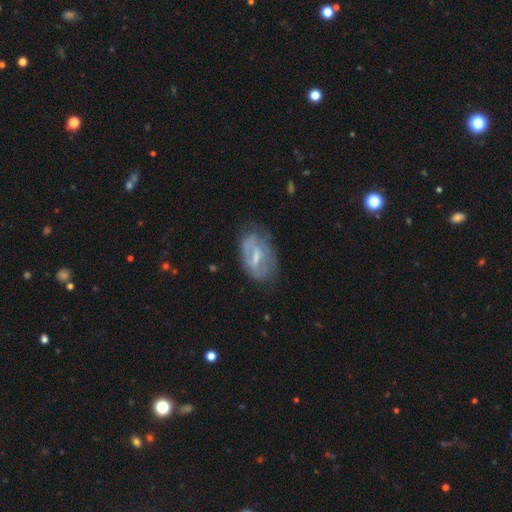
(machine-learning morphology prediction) Overall: featured or disk (65%; smooth 27%). Edge-on disk: no (93%). Bar: weak (47%; strong 35%). Spiral arms: yes (55%; no 45%). Bulge size: small (41%; moderate 39%). Merging: none (59%; minor disturbance 26%).